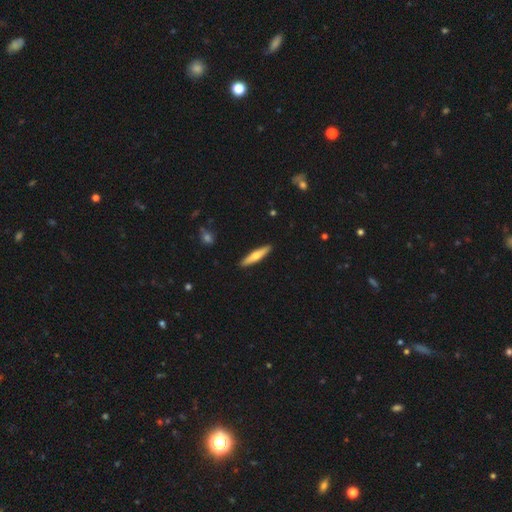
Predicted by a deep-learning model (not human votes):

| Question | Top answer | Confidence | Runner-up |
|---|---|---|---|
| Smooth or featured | smooth | 54% | featured or disk (41%) |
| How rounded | cigar-shaped | 87% | in between (12%) |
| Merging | none | 91% | minor disturbance (6%) |